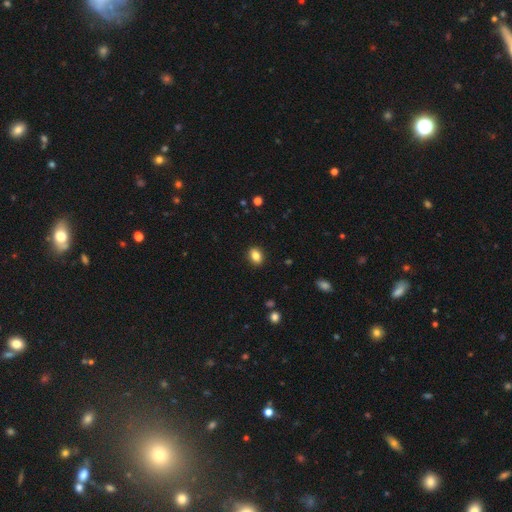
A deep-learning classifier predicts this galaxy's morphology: A smooth galaxy with no disk features (85%) that is in between round and cigar-shaped (71%). Merging: none (90%).